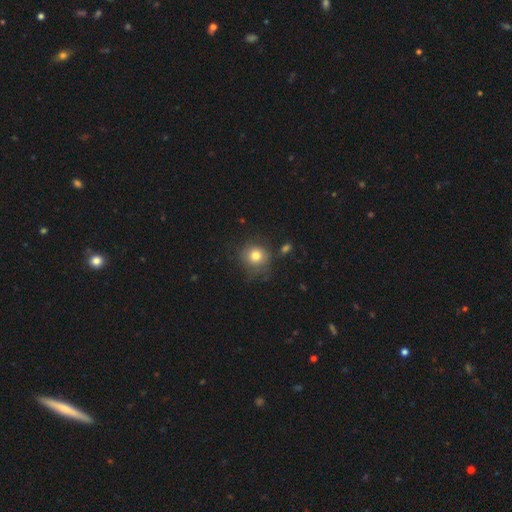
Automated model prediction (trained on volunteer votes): Smooth or featured?
  - smooth: 79% *
  - featured or disk: 11%
  - star or artifact: 10%
How rounded?
  - round: 88% *
  - in between: 11%
  - cigar-shaped: 1%
Merging?
  - none: 70% *
  - minor disturbance: 18%
  - major disturbance: 7%
  - merger: 4%